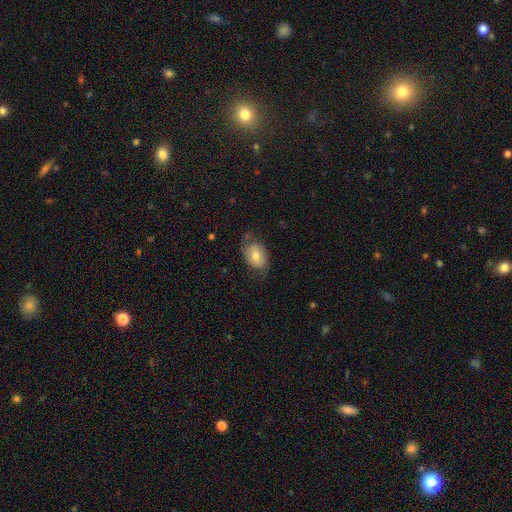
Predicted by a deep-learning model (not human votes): A smooth galaxy with no disk features (58%) that is in between round and cigar-shaped (80%).

Vote fractions:
- Smooth or featured? smooth: 58% / featured or disk: 34% / star or artifact: 8%
- How rounded? in between: 80% / round: 19% / cigar-shaped: 1%
- Merging? none: 63% / minor disturbance: 26% / major disturbance: 10% / merger: 2%